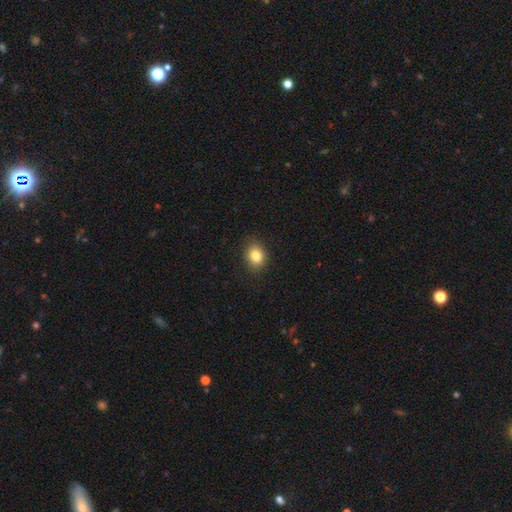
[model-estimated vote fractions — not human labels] Overall: smooth (82%). How rounded: in between (51%; round 48%). Merging: none (86%).